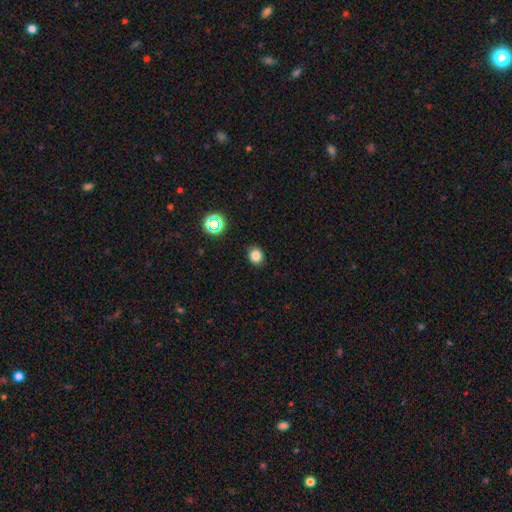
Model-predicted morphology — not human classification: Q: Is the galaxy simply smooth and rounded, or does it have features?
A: smooth — 81%.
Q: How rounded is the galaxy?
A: round — 72%.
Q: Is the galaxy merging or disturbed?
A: none — 88%.